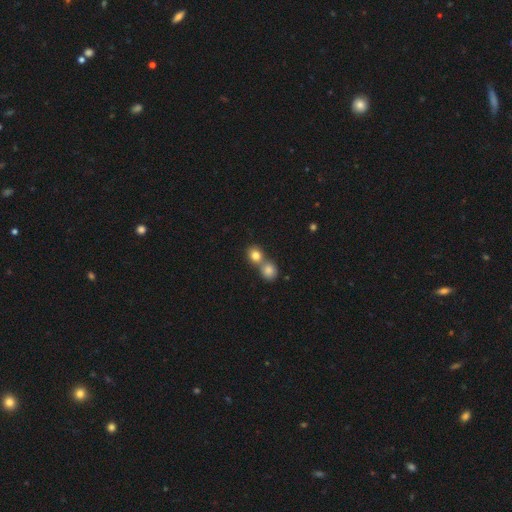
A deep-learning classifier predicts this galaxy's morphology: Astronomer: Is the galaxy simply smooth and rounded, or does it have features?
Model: smooth — 81%.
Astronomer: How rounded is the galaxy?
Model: round — 75%.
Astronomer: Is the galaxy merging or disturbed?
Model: merger — 57% (runner-up: none, 36%).